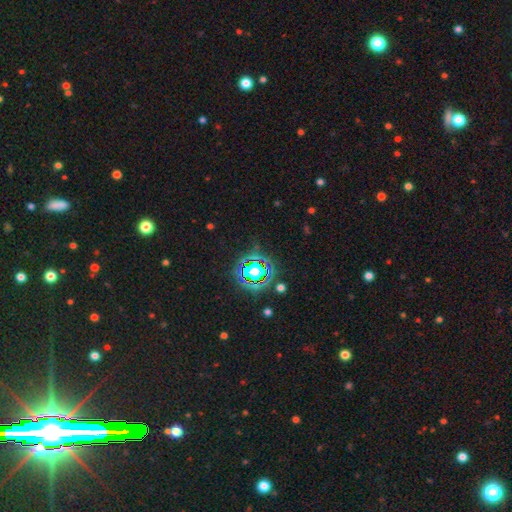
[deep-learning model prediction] The model was most divided on "smooth or featured": star or artifact: 83%, smooth: 10%, featured or disk: 7%.